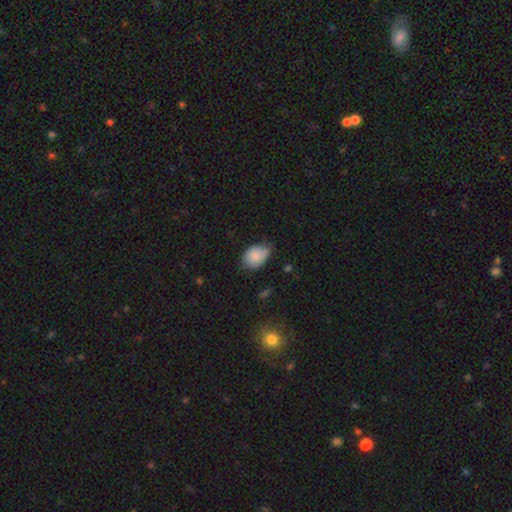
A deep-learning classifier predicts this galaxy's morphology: type=smooth (83%); roundness=in between (73%); merging=none (48%).